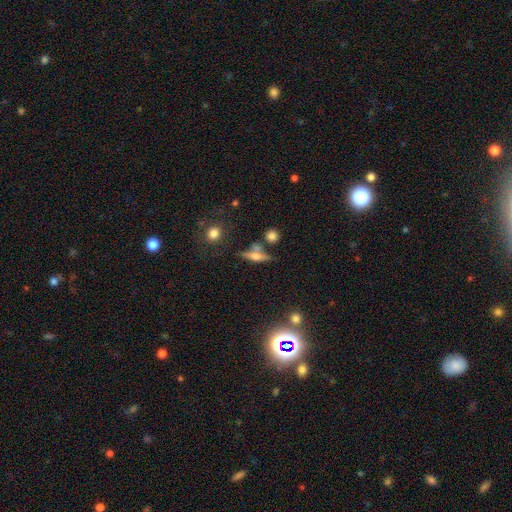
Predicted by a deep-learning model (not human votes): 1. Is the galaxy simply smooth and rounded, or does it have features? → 53% featured or disk, 35% smooth, 12% star or artifact.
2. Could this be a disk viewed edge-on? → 90% yes, 10% no.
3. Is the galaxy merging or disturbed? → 65% none, 14% minor disturbance, 14% merger, 6% major disturbance.